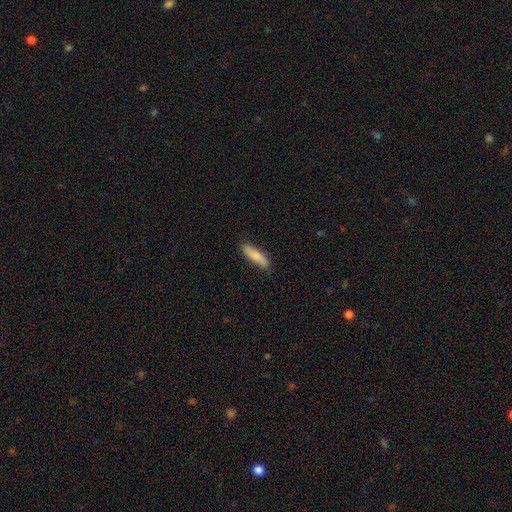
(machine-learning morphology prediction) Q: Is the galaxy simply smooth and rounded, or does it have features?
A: smooth — 78%.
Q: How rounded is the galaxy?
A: cigar-shaped — 61%.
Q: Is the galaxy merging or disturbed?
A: none — 87%.